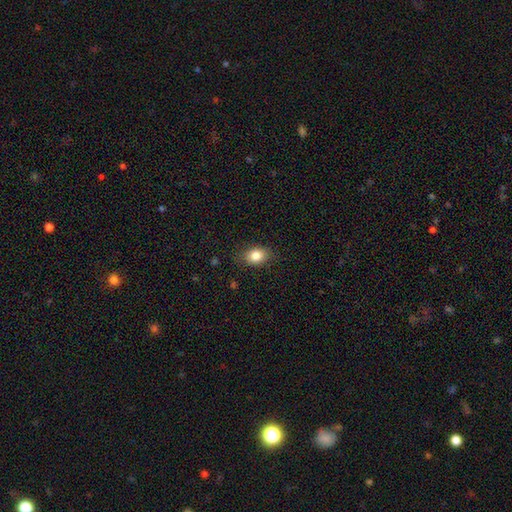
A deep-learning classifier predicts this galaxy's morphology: This appears to be a smooth galaxy with no disk features (84%) that is in between round and cigar-shaped (65%). Merging: none (83%).